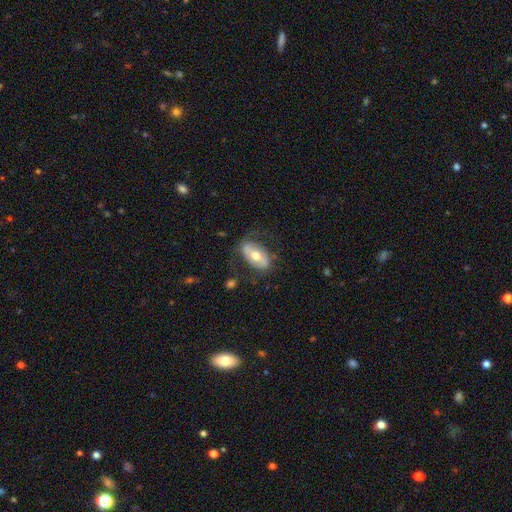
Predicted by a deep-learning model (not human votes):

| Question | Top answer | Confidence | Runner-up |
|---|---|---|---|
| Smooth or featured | featured or disk | 52% | smooth (42%) |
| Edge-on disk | no | 88% | yes (12%) |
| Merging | none | 63% | minor disturbance (21%) |